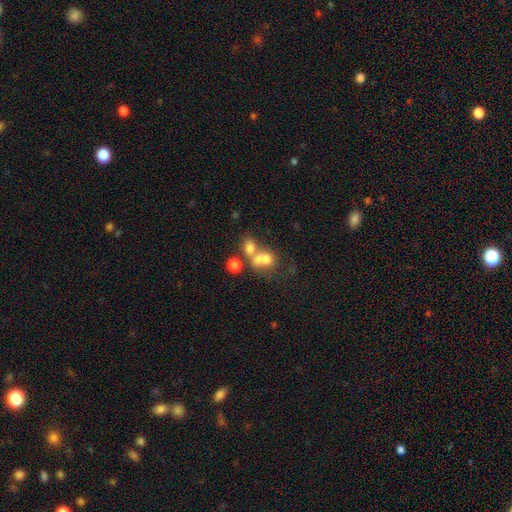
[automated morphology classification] This is possibly a smooth galaxy (56%). How rounded: possibly round (59%). Merging: possibly merger (56%).